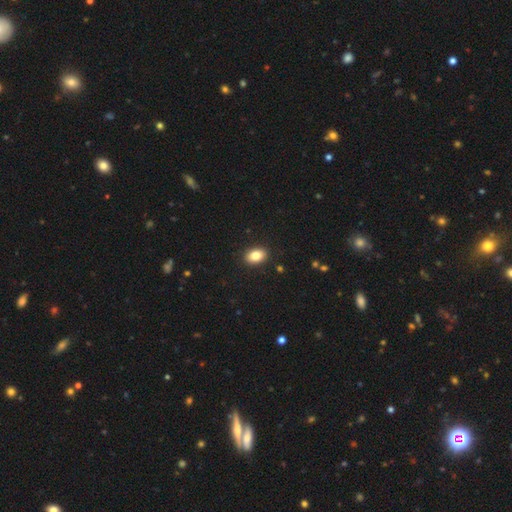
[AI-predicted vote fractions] smooth_or_featured: smooth (p=0.83) [alt: featured or disk p=0.09]
how_rounded: in between (p=0.85) [alt: round p=0.14]
merging: none (p=0.90) [alt: minor disturbance p=0.07]